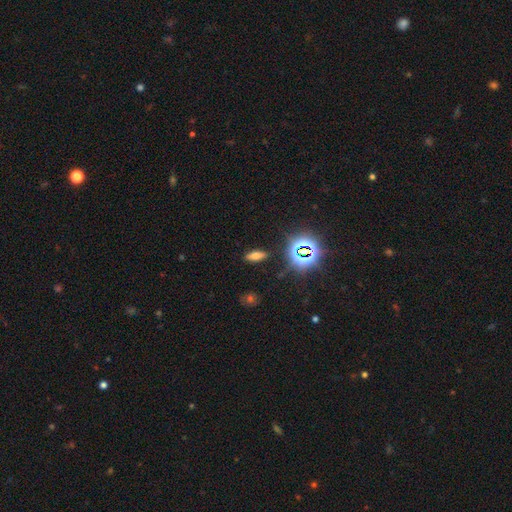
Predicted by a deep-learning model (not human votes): smooth 56%, star or artifact 27%, featured or disk 17%. Down the decision tree: how rounded — in between (61%); merging — none (88%).